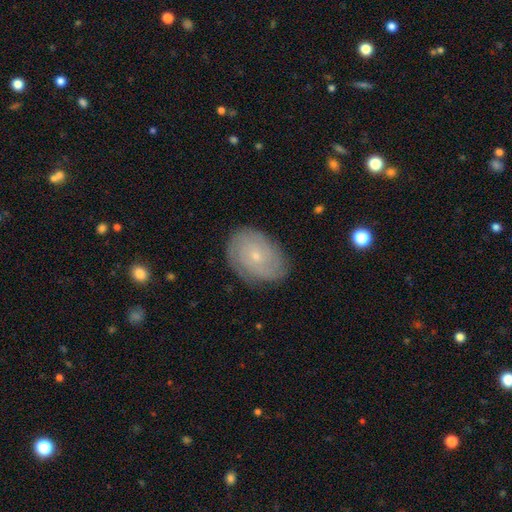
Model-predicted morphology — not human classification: Smooth or featured? featured or disk (68%)
Edge-on disk? no (96%)
Bar? no (80%)
Spiral arms? yes (88%)
Spiral winding? tight (75%)
Spiral arm count? can't tell (48%)
Bulge size? small (80%)
Merging? none (80%)